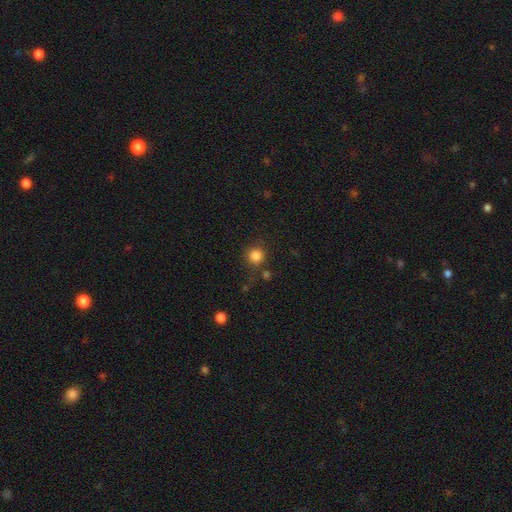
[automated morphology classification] Overall: smooth (84%). How rounded: round (93%). Merging: none (80%).